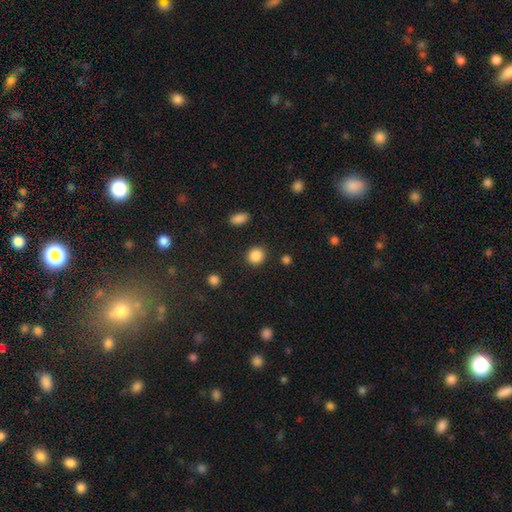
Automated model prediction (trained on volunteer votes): A smooth galaxy with no disk features (88%) that is round (83%). Merging: none (88%).